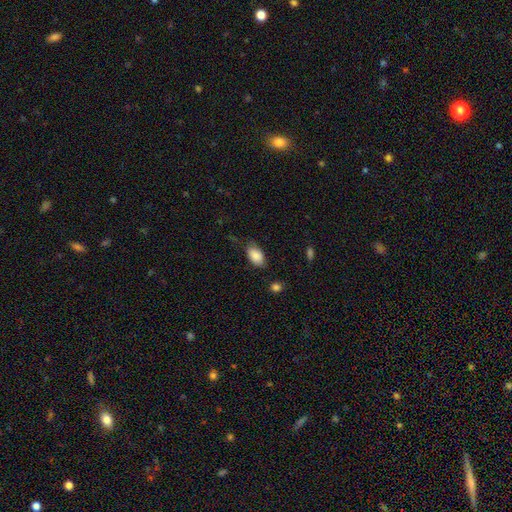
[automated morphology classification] A smooth galaxy with no disk features (87%) that is in between round and cigar-shaped (93%).

Vote fractions:
- Smooth or featured? smooth: 87% / featured or disk: 7% / star or artifact: 7%
- How rounded? in between: 93% / round: 5% / cigar-shaped: 2%
- Merging? none: 69% / minor disturbance: 23% / major disturbance: 6% / merger: 2%